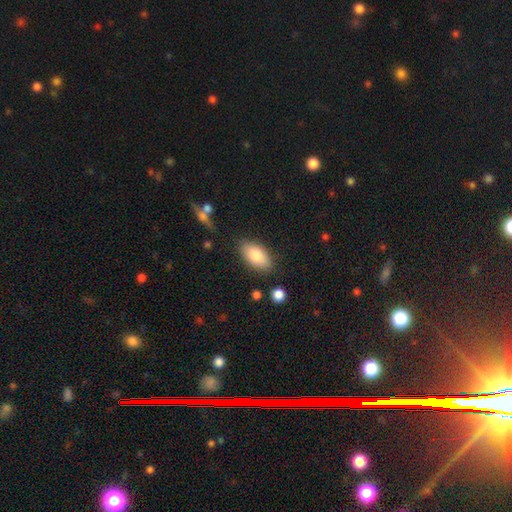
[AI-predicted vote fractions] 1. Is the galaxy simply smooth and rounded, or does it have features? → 80% smooth, 13% featured or disk, 6% star or artifact.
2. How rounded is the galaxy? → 93% in between, 4% round, 4% cigar-shaped.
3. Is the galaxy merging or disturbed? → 83% none, 12% minor disturbance, 3% major disturbance, 2% merger.